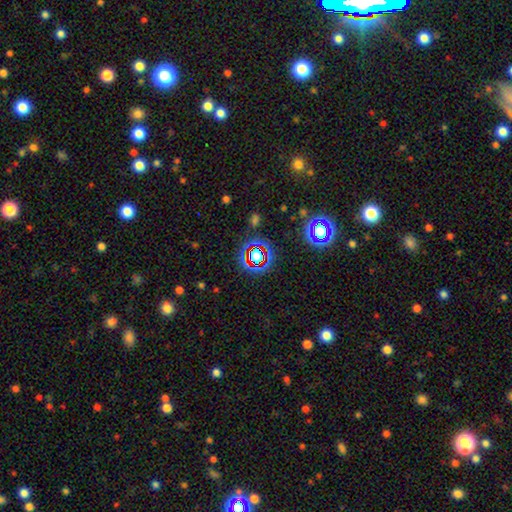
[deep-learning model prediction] smooth-or-featured: star or artifact: 66% | smooth: 23% | featured or disk: 11%